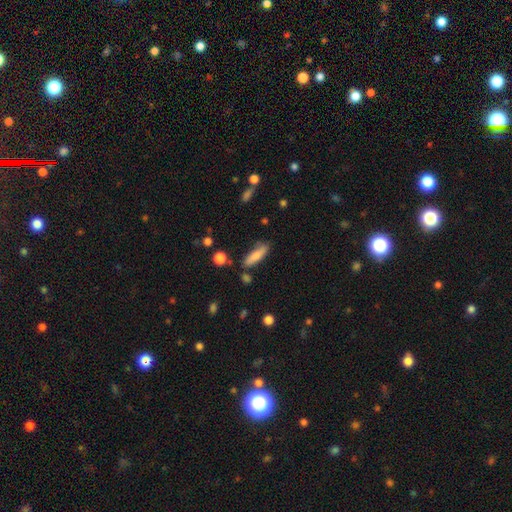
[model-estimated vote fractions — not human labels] Smooth or featured?
  - smooth: 79% *
  - featured or disk: 14%
  - star or artifact: 7%
How rounded?
  - cigar-shaped: 63% *
  - in between: 35%
  - round: 2%
Merging?
  - none: 74% *
  - minor disturbance: 18%
  - merger: 4%
  - major disturbance: 4%